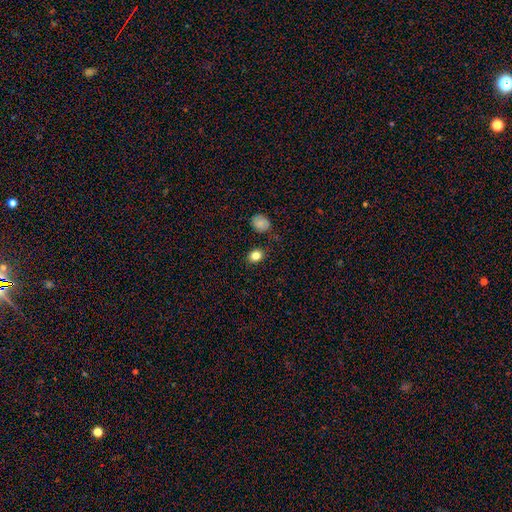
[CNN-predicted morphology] Smooth or featured? smooth (83%)
How rounded? round (60%)
Merging? none (85%)